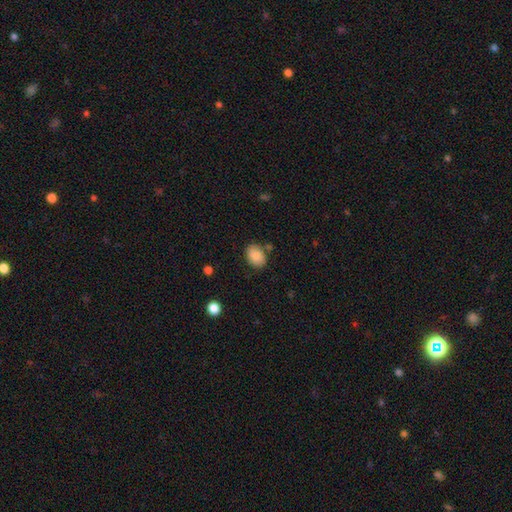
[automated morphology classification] Smooth or featured? smooth (88%)
How rounded? in between (78%)
Merging? none (76%)